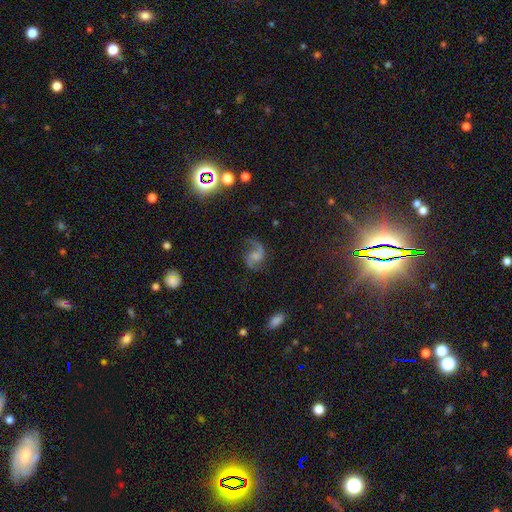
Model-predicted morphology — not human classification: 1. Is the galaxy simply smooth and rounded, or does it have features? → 83% featured or disk, 8% smooth, 8% star or artifact.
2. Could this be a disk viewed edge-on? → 98% no, 2% yes.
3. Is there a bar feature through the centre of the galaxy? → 56% no, 37% weak, 7% strong.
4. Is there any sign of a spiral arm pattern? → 97% yes, 3% no.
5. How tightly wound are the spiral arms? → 52% loose, 41% medium, 7% tight.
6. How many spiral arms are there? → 87% 2, 8% 1, 2% can't tell, 1% 3, 1% 4, 1% more than 4.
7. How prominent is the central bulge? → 33% small, 32% none, 28% moderate, 6% large, 2% dominant.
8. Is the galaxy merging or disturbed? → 68% none, 17% minor disturbance, 13% major disturbance, 2% merger.